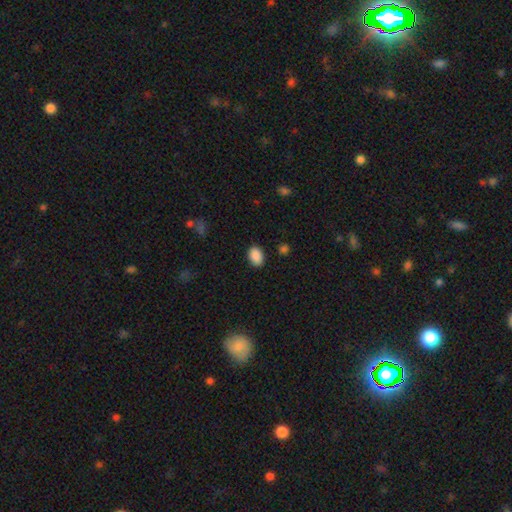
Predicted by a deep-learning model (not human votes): Smooth or featured: smooth — 89% (star or artifact — 8%)
How rounded: in between — 81% (round — 18%)
Merging: none — 86% (minor disturbance — 10%)